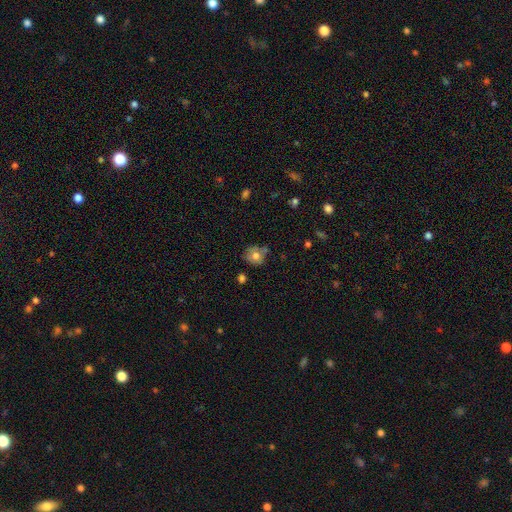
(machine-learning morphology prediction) This appears to be a smooth galaxy with no disk features (69%) that is round (76%). Merging: none (59%).